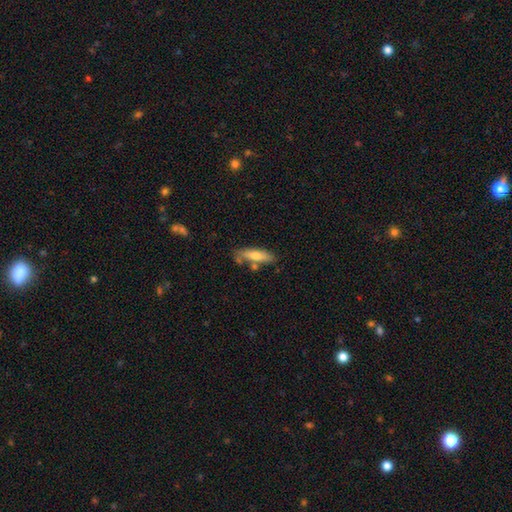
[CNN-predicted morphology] A smooth galaxy with no disk features (66%) that is cigar-shaped (59%).

Vote fractions:
- Smooth or featured? smooth: 66% / featured or disk: 27% / star or artifact: 6%
- How rounded? cigar-shaped: 59% / in between: 39% / round: 2%
- Merging? none: 64% / minor disturbance: 19% / merger: 12% / major disturbance: 5%